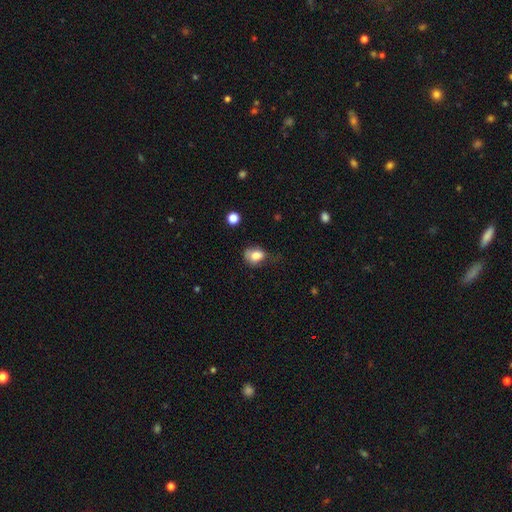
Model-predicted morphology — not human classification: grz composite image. It shows a smooth galaxy with no disk features (79%) that is in between round and cigar-shaped (54%). Merging: none (40%).